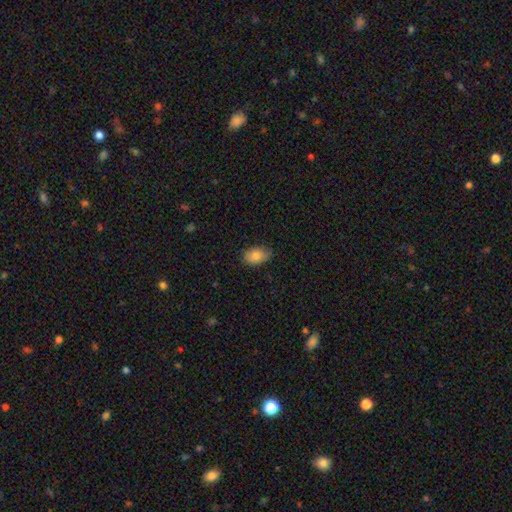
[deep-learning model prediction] smooth_or_featured: smooth (p=0.83) [alt: featured or disk p=0.10]
how_rounded: in between (p=0.86) [alt: round p=0.13]
merging: none (p=0.78) [alt: minor disturbance p=0.18]